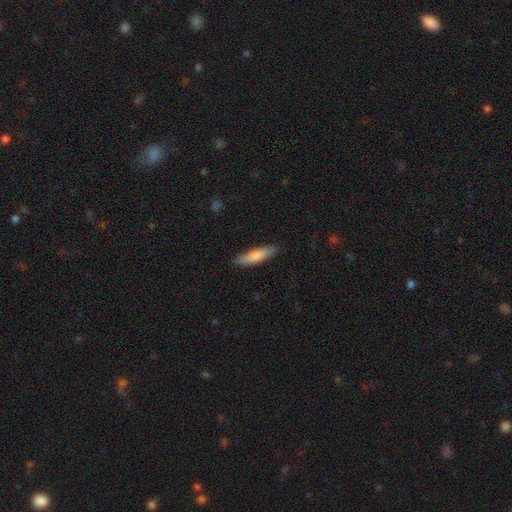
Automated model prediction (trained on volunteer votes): smooth_or_featured: smooth (p=0.77) [alt: featured or disk p=0.18]
how_rounded: cigar-shaped (p=0.75) [alt: in between p=0.23]
merging: none (p=0.87) [alt: minor disturbance p=0.10]